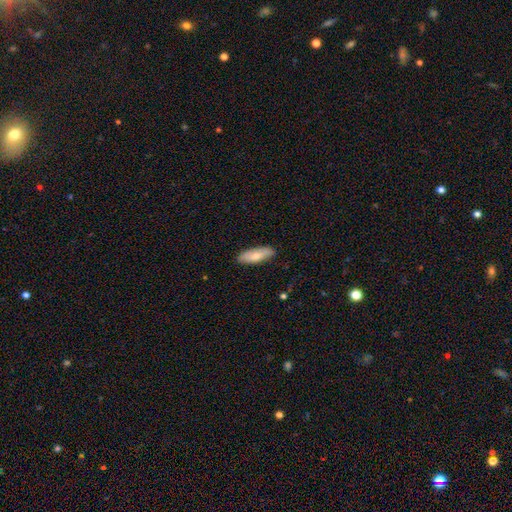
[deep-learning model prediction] Smooth or featured? smooth (72%)
How rounded? in between (64%)
Merging? none (87%)